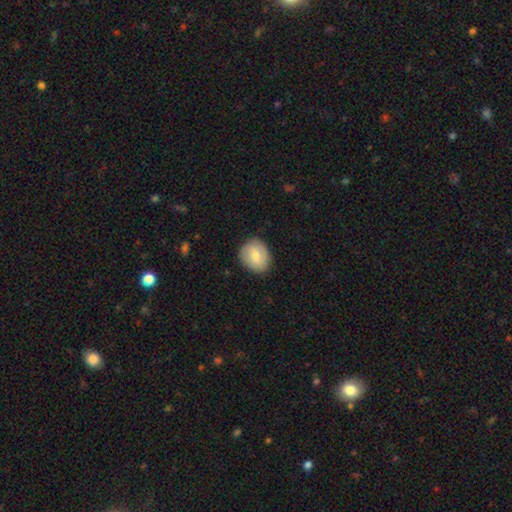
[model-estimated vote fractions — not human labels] Smooth or featured? smooth (59%)
How rounded? round (64%)
Merging? none (83%)